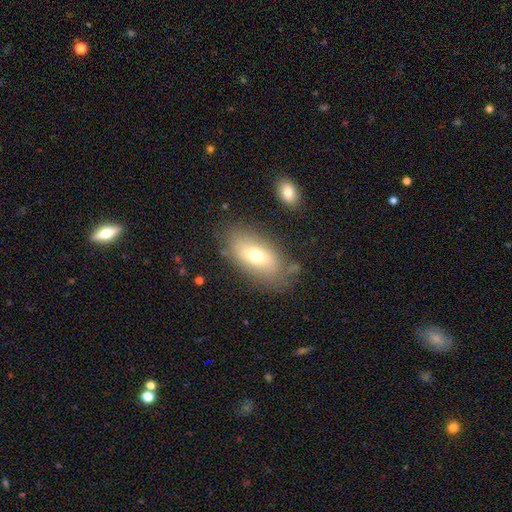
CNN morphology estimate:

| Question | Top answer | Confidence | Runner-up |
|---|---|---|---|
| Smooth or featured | smooth | 69% | featured or disk (22%) |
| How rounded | in between | 90% | round (5%) |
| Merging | none | 72% | minor disturbance (17%) |